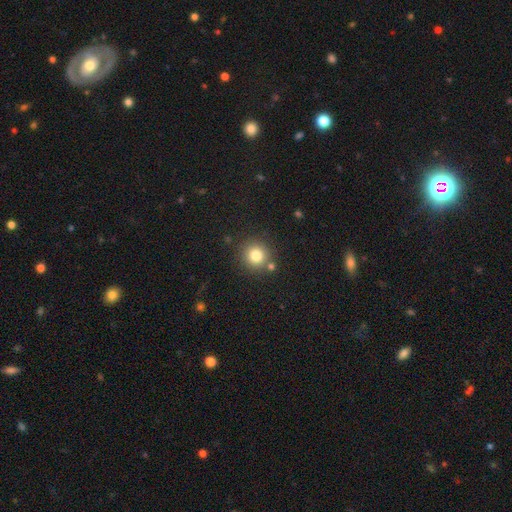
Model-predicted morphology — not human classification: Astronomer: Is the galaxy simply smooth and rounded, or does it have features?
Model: smooth — 80%.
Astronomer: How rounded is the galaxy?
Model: round — 93%.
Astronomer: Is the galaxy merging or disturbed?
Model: none — 82%.